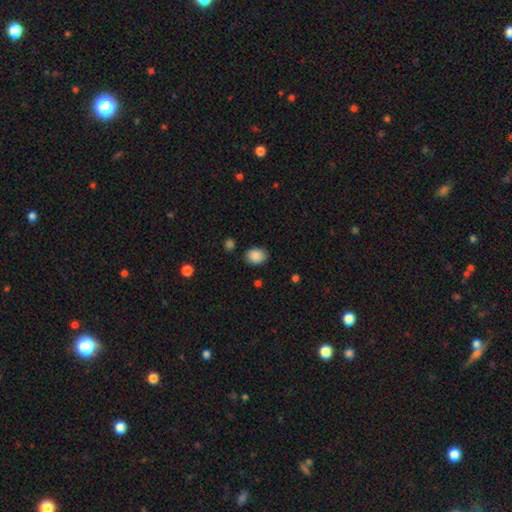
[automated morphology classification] This appears to be a smooth galaxy with no disk features (88%) that is in between round and cigar-shaped (59%). Merging: none (80%).